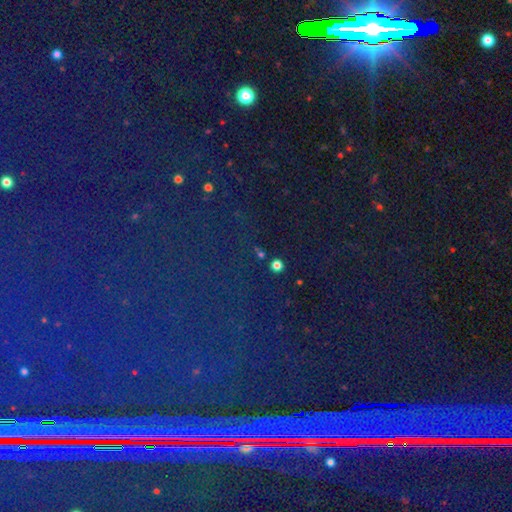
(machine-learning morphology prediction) This appears to be a star or artifact, not a galaxy (83%).